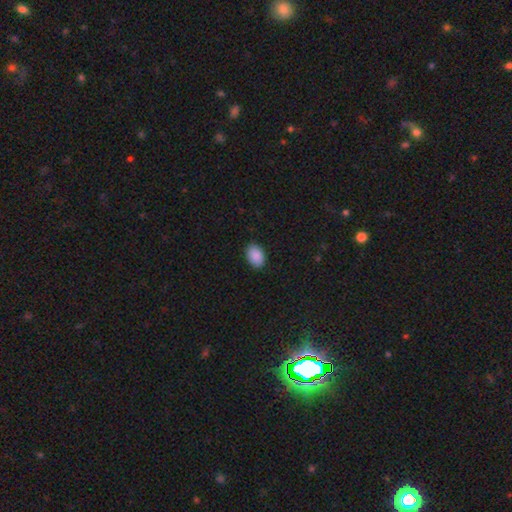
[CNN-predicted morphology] type=smooth (90%); roundness=in between (86%); merging=none (89%).